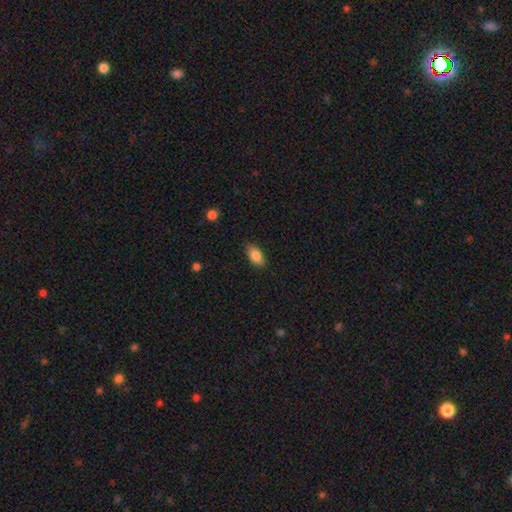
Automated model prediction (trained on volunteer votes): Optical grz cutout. It shows a smooth galaxy with no disk features (87%) that is in between round and cigar-shaped (92%). Merging: none (85%).